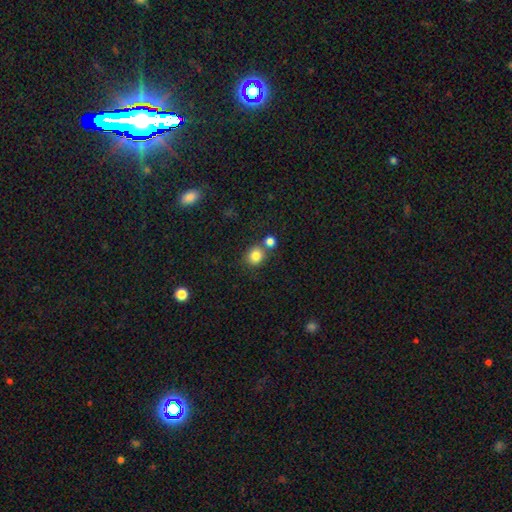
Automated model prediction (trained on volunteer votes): Smooth or featured: smooth — 83% (star or artifact — 11%)
How rounded: round — 81% (in between — 19%)
Merging: none — 66% (merger — 22%)